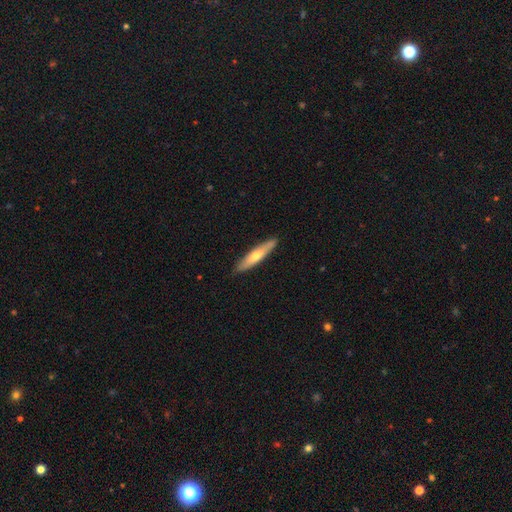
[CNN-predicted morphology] Smooth or featured? Predicted: smooth (p=0.53). How rounded? Predicted: cigar-shaped (p=0.85). Merging? Predicted: none (p=0.89).